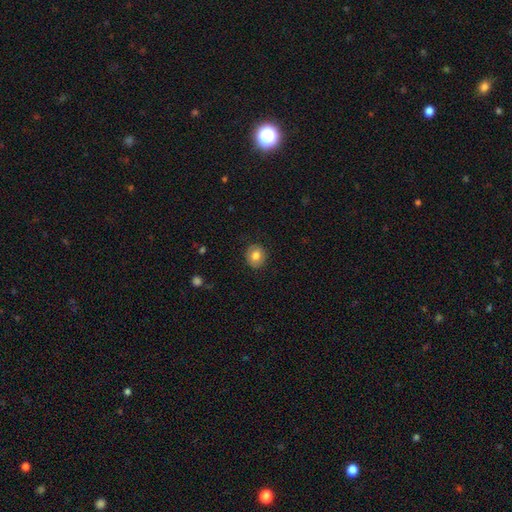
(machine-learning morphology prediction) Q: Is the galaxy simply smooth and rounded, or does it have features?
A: smooth — 78%.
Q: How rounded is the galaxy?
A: round — 79%.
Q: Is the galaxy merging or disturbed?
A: none — 87%.